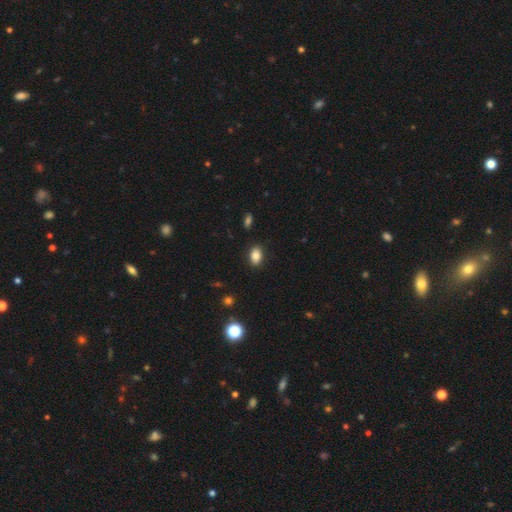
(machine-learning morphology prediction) Q: Smooth or featured?
A: smooth (84%); runner-up: star or artifact (9%)
Q: How rounded?
A: in between (83%); runner-up: round (15%)
Q: Merging?
A: none (87%); runner-up: minor disturbance (9%)